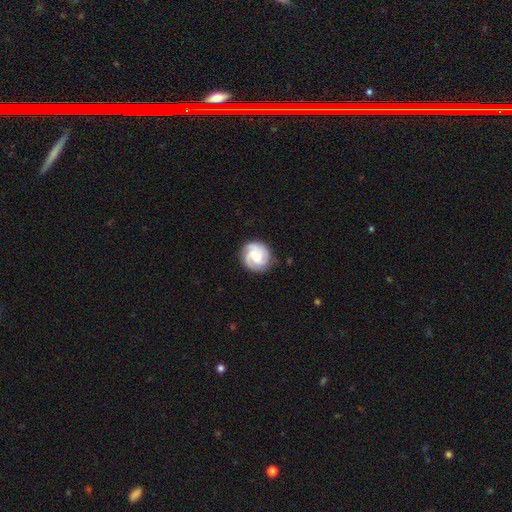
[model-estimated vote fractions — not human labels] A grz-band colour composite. It shows a featured or disk galaxy (75%) with a weak bar (48%), 3 (40%) tight (53%) spiral arms (96%) and a moderate central bulge (48%). Merging: none (81%).